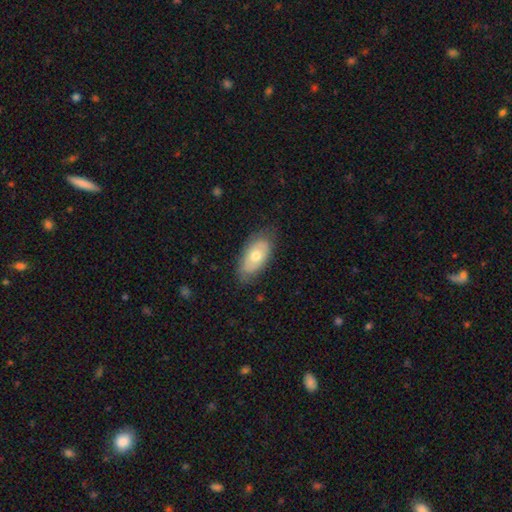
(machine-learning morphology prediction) smooth 60%, featured or disk 35%, star or artifact 6%. Down the decision tree: how rounded — in between (92%); merging — none (74%).